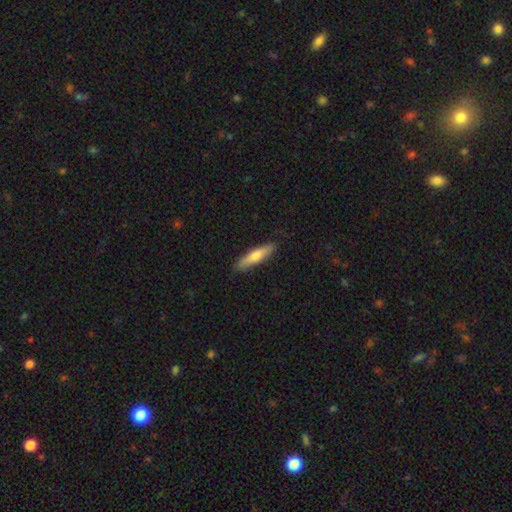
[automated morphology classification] Smooth or featured? Predicted: smooth (p=0.66). How rounded? Predicted: cigar-shaped (p=0.82). Merging? Predicted: none (p=0.87).